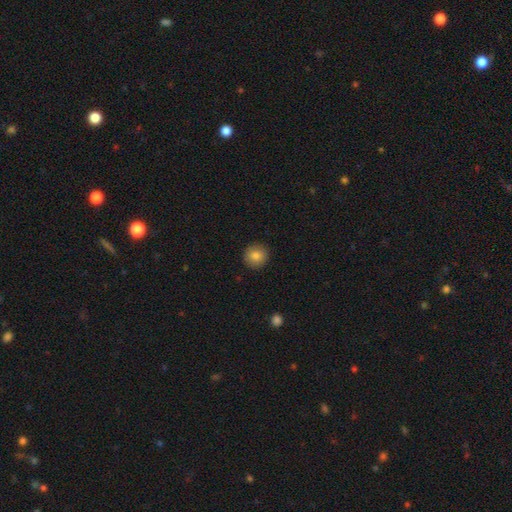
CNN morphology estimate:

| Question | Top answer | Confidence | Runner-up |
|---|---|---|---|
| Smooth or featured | smooth | 83% | star or artifact (9%) |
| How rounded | round | 93% | in between (6%) |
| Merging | none | 92% | minor disturbance (6%) |